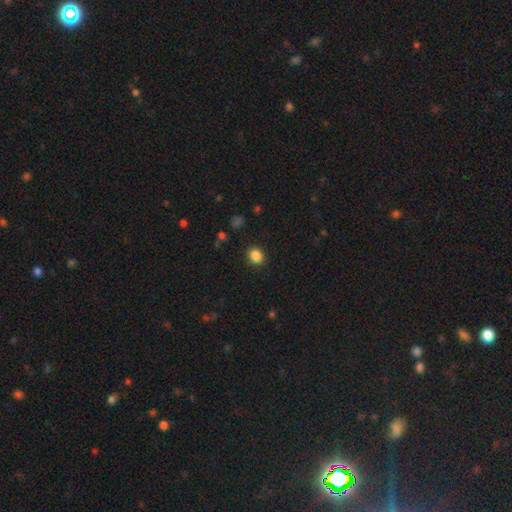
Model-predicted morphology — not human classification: smooth-or-featured: smooth: 86% | star or artifact: 11% | featured or disk: 4%
  how-rounded: round: 67% | in between: 32% | cigar-shaped: 1%
  merging: none: 90% | minor disturbance: 7% | major disturbance: 2% | merger: 1%